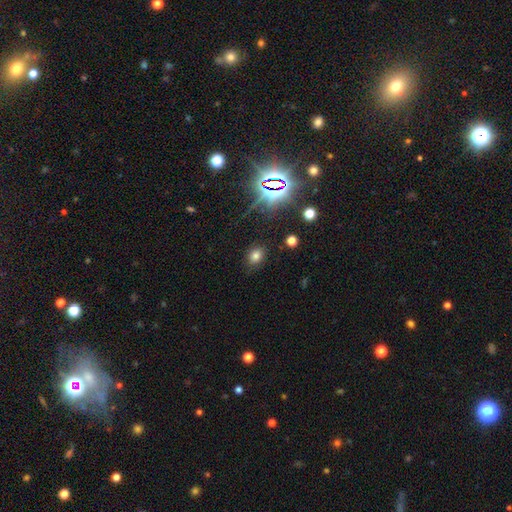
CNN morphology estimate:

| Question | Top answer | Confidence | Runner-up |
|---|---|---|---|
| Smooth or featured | smooth | 71% | star or artifact (22%) |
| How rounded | in between | 57% | round (41%) |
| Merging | none | 84% | minor disturbance (10%) |